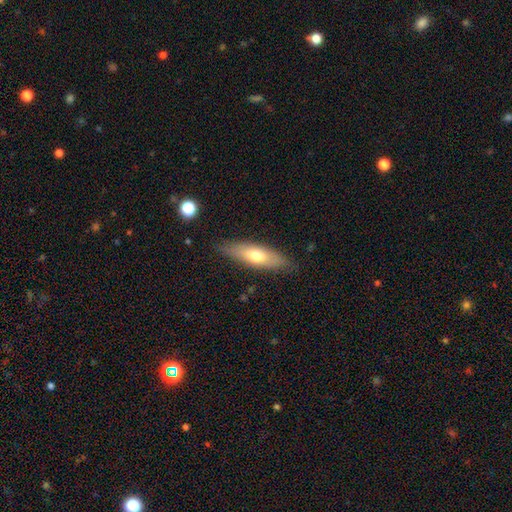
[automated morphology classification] This appears to be a smooth galaxy with no disk features (62%) that is cigar-shaped (49%, tied with in between). Merging: none (83%).